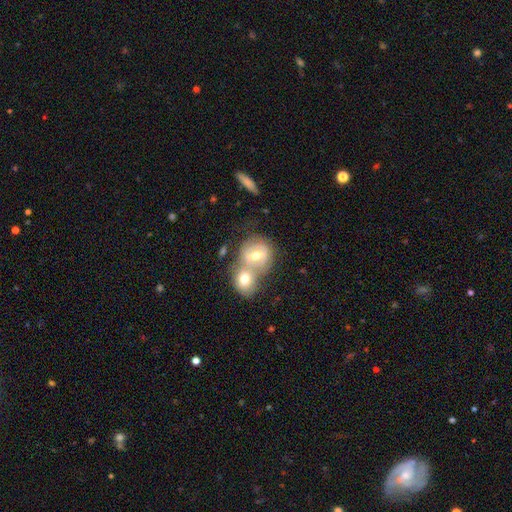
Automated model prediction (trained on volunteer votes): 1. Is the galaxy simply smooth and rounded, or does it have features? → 58% featured or disk, 34% smooth, 8% star or artifact.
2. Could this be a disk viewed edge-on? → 95% no, 5% yes.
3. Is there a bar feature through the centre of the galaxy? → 44% weak, 34% no, 22% strong.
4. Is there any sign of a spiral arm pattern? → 65% yes, 35% no.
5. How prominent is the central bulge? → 73% moderate, 17% small, 7% large, 2% none, 1% dominant.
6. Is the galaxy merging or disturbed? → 57% merger, 29% none, 9% minor disturbance, 5% major disturbance.